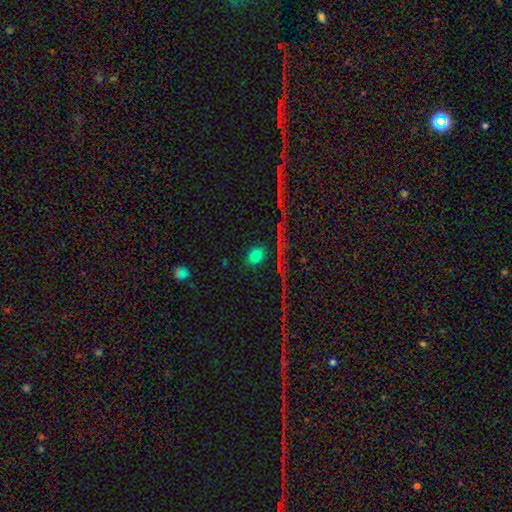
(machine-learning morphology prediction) smooth 70%, star or artifact 23%, featured or disk 7%. Down the decision tree: how rounded — round (54%); merging — none (84%).